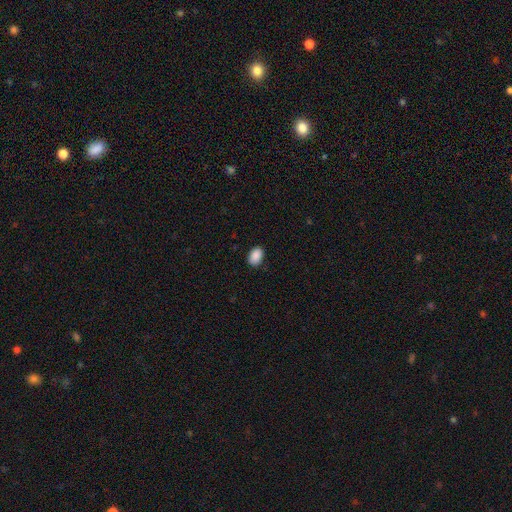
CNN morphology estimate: This is clearly a smooth galaxy (90%). How rounded: clearly in between (84%). Merging: clearly none (87%).